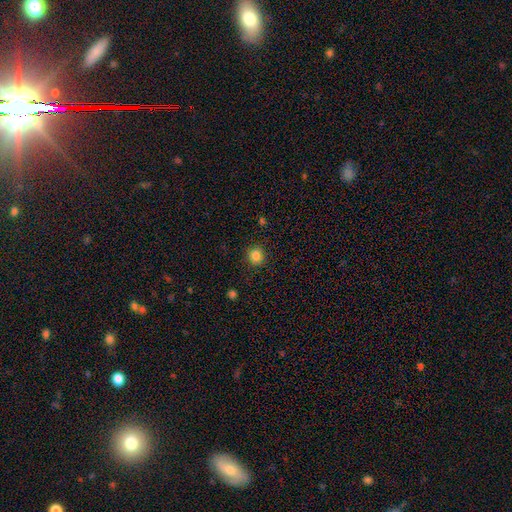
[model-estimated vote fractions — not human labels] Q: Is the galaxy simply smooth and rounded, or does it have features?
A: smooth — 84%.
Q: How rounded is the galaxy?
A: round — 84%.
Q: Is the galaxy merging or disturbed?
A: none — 89%.